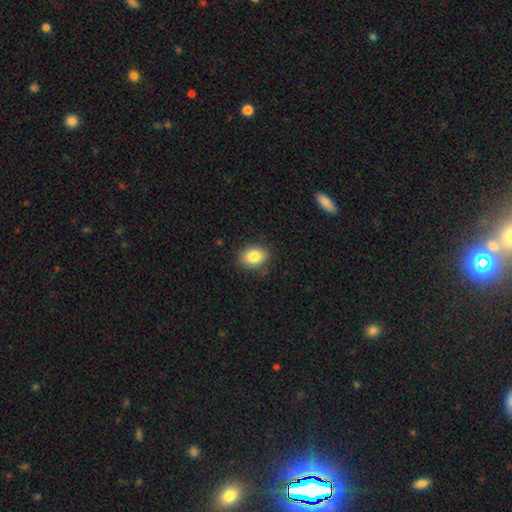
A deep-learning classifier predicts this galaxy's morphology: A smooth galaxy with no disk features (84%) that is in between round and cigar-shaped (60%). Merging: none (86%).